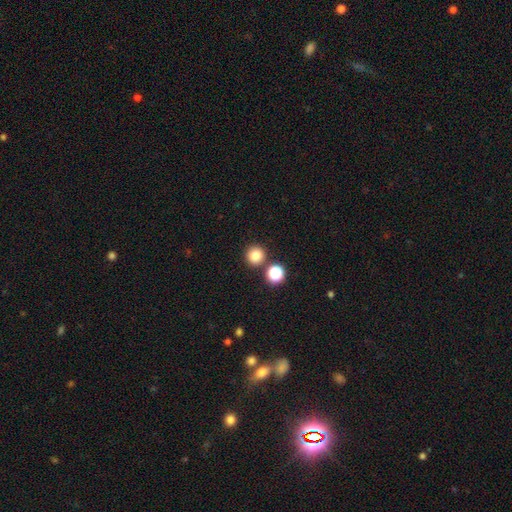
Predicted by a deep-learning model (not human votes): Smooth or featured? Predicted: smooth (p=0.81). How rounded? Predicted: round (p=0.94). Merging? Predicted: none (p=0.82).